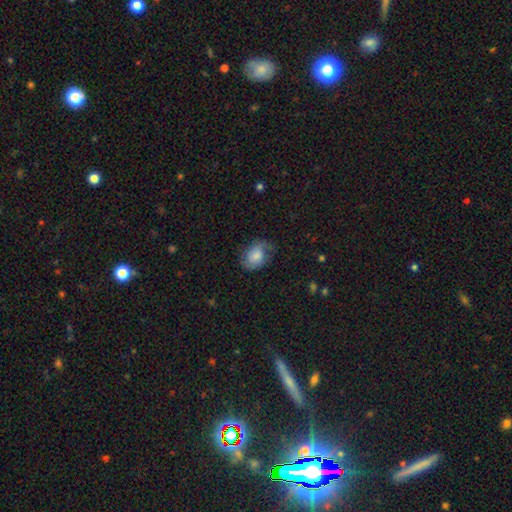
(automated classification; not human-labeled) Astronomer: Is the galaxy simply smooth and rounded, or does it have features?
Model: smooth — 62%.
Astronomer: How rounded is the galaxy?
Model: in between — 73%.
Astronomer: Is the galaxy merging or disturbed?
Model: none — 57%.